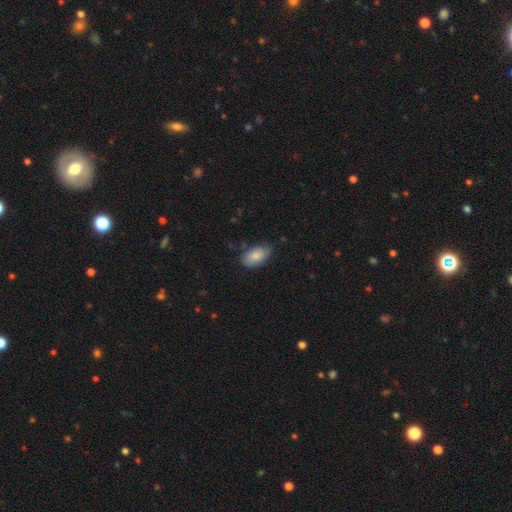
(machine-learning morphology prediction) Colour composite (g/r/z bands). It shows a smooth galaxy with no disk features (83%) that is in between round and cigar-shaped (94%). Merging: none (79%).